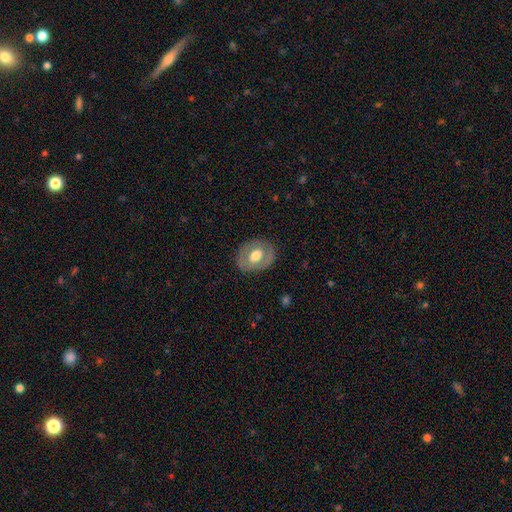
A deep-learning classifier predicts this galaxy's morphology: This is possibly a smooth galaxy (47%, tied with featured or disk). Merging: clearly none (82%).